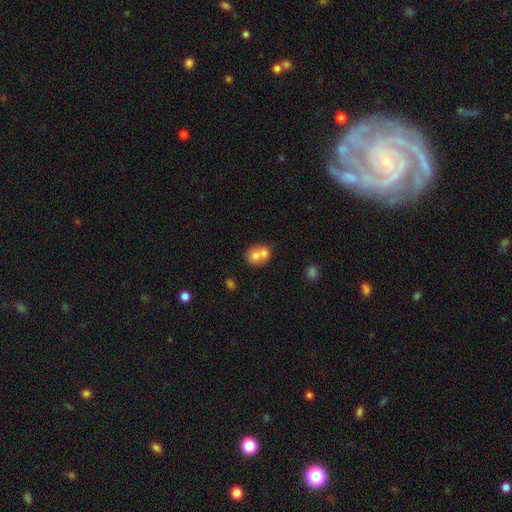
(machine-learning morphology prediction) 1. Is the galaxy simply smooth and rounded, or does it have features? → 69% smooth, 22% featured or disk, 9% star or artifact.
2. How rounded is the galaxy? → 66% round, 33% in between, 1% cigar-shaped.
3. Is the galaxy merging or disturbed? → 63% merger, 28% none, 7% minor disturbance, 3% major disturbance.